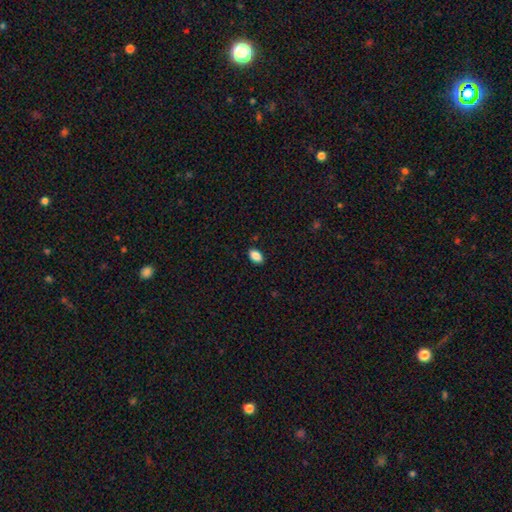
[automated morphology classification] smooth-or-featured: smooth: 89% | star or artifact: 8% | featured or disk: 3%
  how-rounded: in between: 91% | round: 7% | cigar-shaped: 2%
  merging: none: 88% | minor disturbance: 9% | major disturbance: 2% | merger: 1%